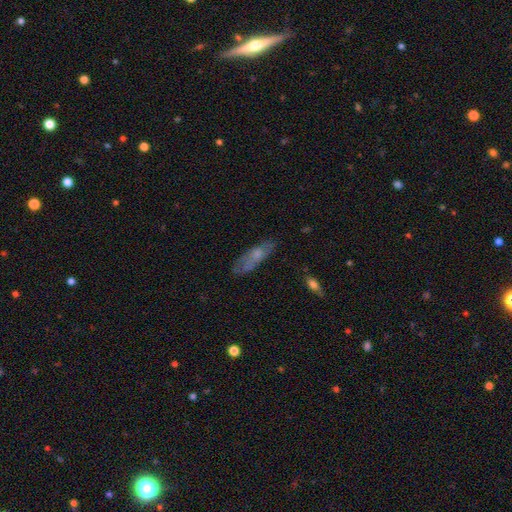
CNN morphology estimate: Smooth or featured: smooth — 55% (featured or disk — 36%)
How rounded: cigar-shaped — 53% (in between — 45%)
Merging: none — 67% (minor disturbance — 23%)